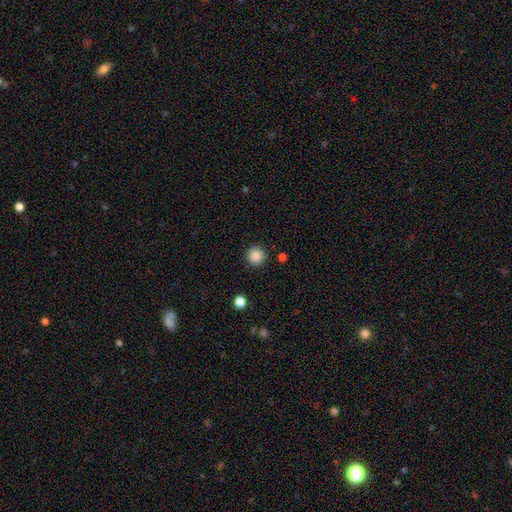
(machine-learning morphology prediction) Smooth or featured: smooth — 87% (star or artifact — 10%)
How rounded: round — 95% (in between — 4%)
Merging: none — 90% (minor disturbance — 6%)